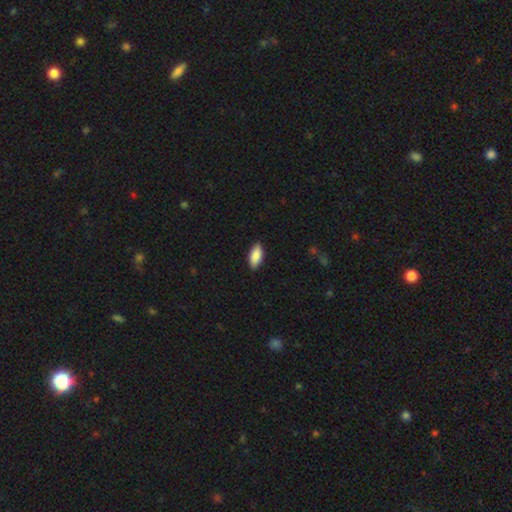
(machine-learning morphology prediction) smooth 87%, featured or disk 7%, star or artifact 6%. Down the decision tree: how rounded — in between (87%); merging — none (87%).